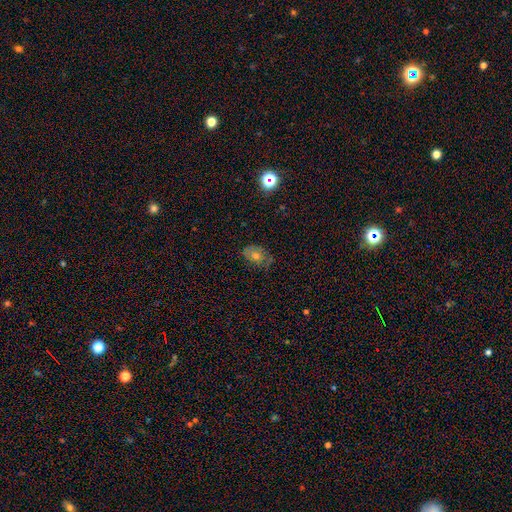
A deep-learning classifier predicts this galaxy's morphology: This is possibly a smooth galaxy (47%). Merging: likely none (66%).